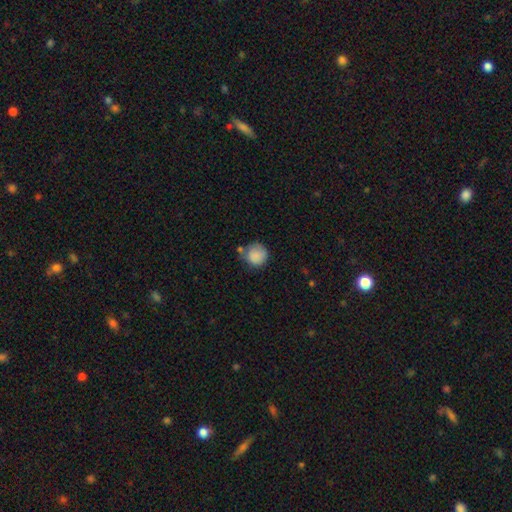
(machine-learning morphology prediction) This is clearly a smooth galaxy (87%). How rounded: clearly round (91%). Merging: likely none (62%).